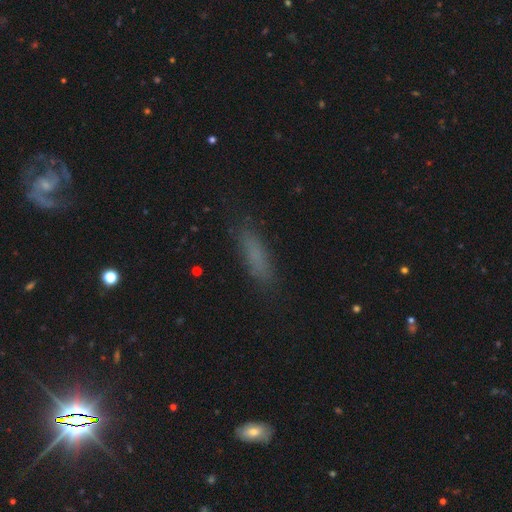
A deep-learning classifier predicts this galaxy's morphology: Q: Smooth or featured?
A: smooth (74%); runner-up: featured or disk (13%)
Q: How rounded?
A: cigar-shaped (67%); runner-up: in between (31%)
Q: Merging?
A: none (82%); runner-up: minor disturbance (13%)